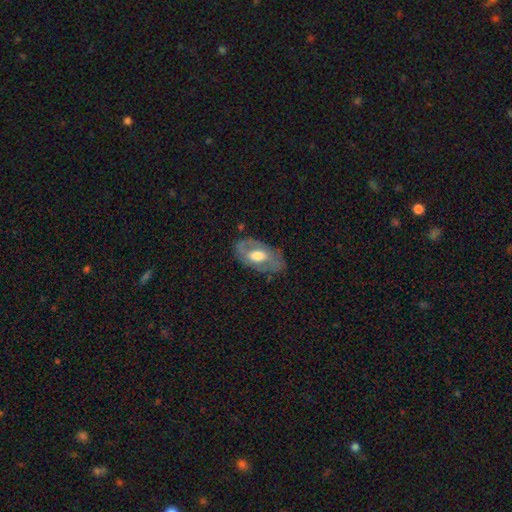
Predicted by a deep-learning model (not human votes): featured or disk 59%, smooth 34%, star or artifact 7%. Down the decision tree: edge-on disk — no (89%); bar — no (62%); spiral arms — no (57%); bulge size — moderate (56%); merging — none (70%).